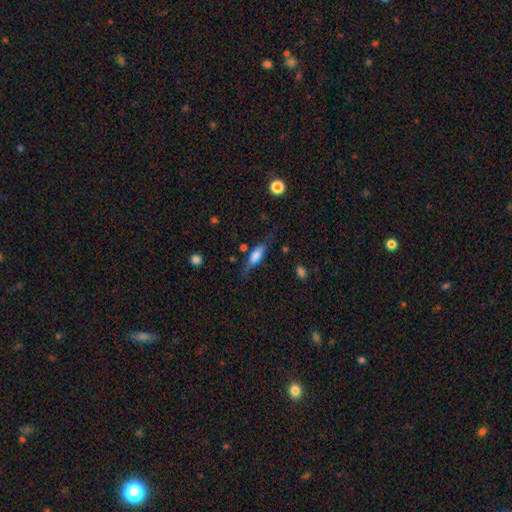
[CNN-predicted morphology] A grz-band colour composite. It shows a smooth galaxy with no disk features (66%) that is cigar-shaped (52%). Merging: none (66%).